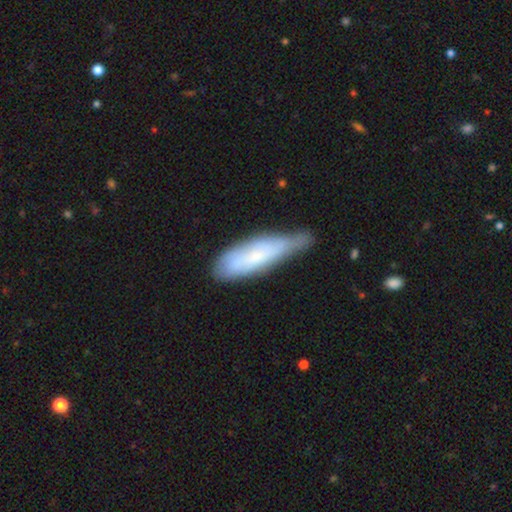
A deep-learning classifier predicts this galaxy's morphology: Q: Smooth or featured?
A: smooth (62%); runner-up: featured or disk (31%)
Q: How rounded?
A: cigar-shaped (58%); runner-up: in between (40%)
Q: Merging?
A: minor disturbance (45%); runner-up: none (40%)